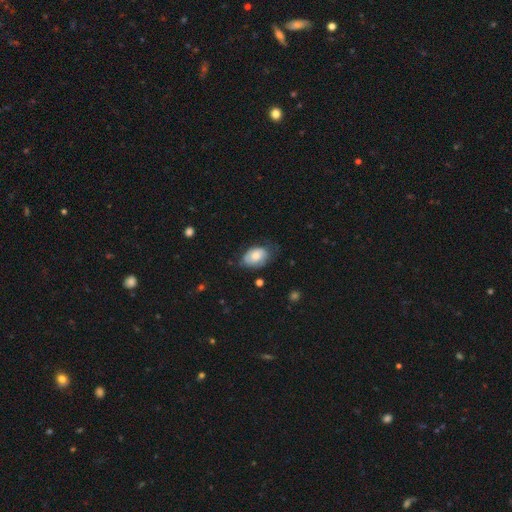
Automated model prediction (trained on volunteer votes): This is likely a smooth galaxy (69%). How rounded: clearly in between (84%). Merging: possibly none (57%).